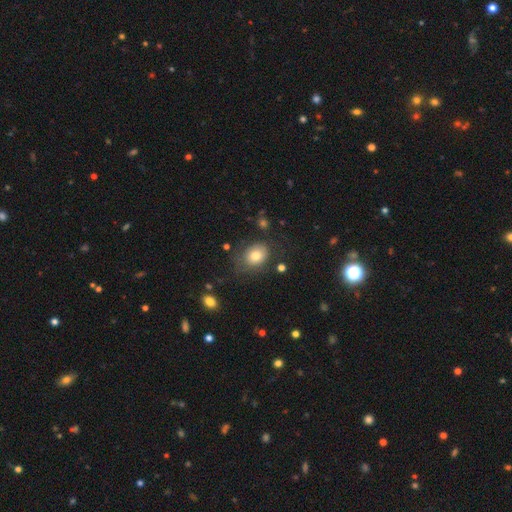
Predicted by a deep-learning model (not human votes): smooth 76%, featured or disk 15%, star or artifact 10%. Down the decision tree: how rounded — in between (55%); merging — none (62%).